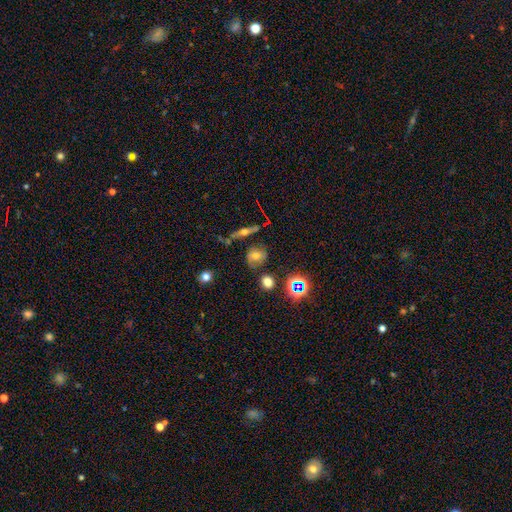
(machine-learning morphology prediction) Q: Smooth or featured?
A: smooth (41%); runner-up: featured or disk (40%)
Q: Merging?
A: none (68%); runner-up: minor disturbance (17%)